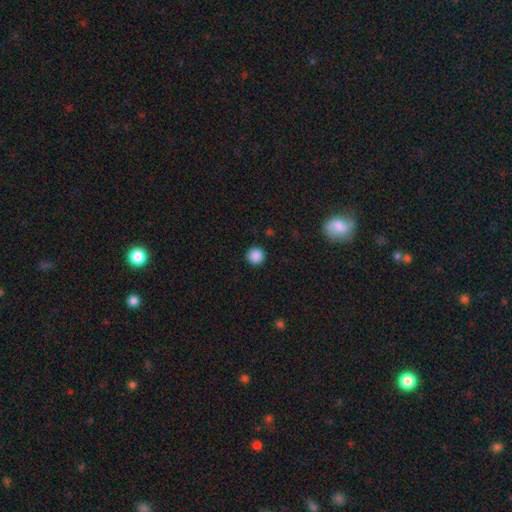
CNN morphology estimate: This appears to be a smooth galaxy with no disk features (88%) that is round (96%). Merging: none (93%).